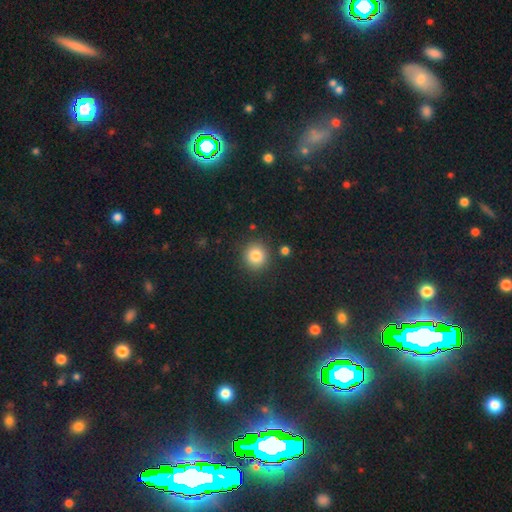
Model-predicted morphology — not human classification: Smooth or featured? Predicted: smooth (p=0.84). How rounded? Predicted: round (p=0.90). Merging? Predicted: none (p=0.88).